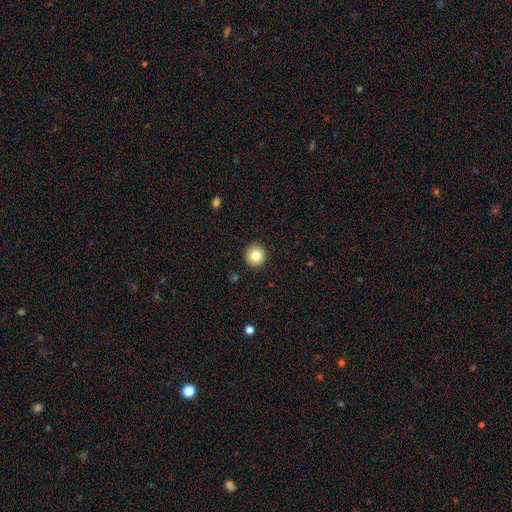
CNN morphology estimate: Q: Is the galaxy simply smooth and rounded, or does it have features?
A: smooth — 82%.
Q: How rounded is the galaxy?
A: round — 92%.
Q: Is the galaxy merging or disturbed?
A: none — 92%.